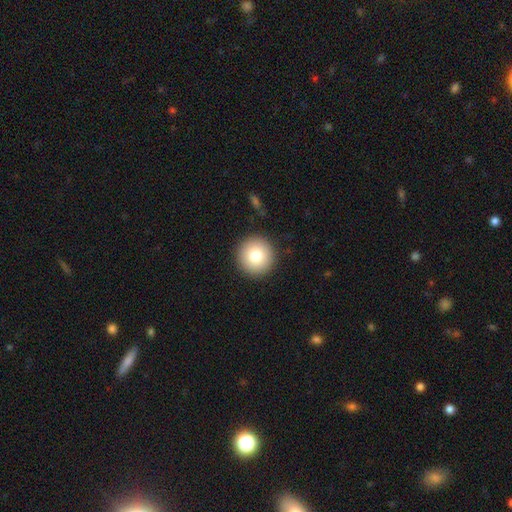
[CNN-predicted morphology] A smooth galaxy with no disk features (79%) that is round (96%). Merging: none (92%).